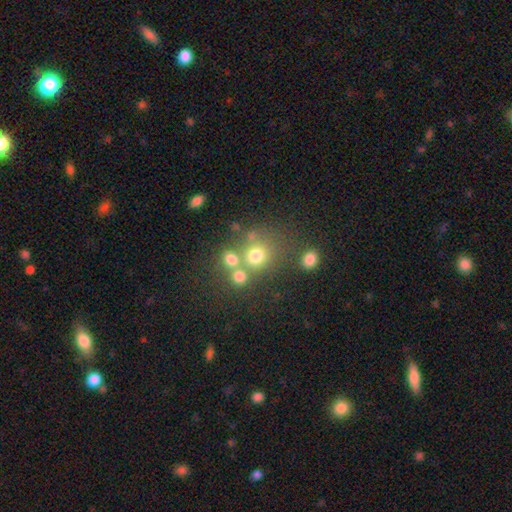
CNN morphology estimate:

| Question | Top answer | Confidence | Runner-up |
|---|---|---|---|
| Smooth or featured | smooth | 70% | star or artifact (17%) |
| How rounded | round | 80% | in between (19%) |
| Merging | none | 53% | merger (30%) |